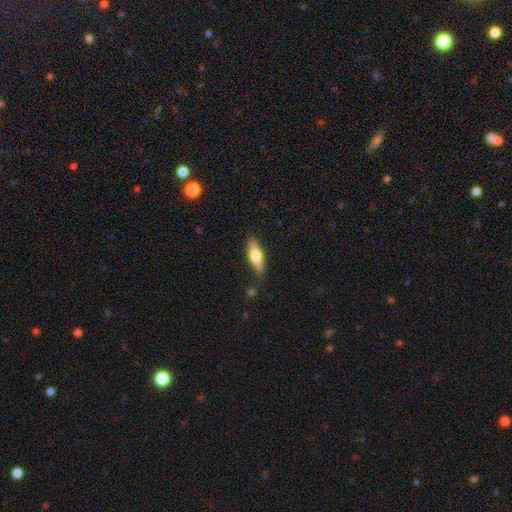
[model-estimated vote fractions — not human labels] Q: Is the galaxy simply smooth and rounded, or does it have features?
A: smooth — 53%.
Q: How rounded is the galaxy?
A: cigar-shaped — 51%.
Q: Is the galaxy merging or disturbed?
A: none — 85%.